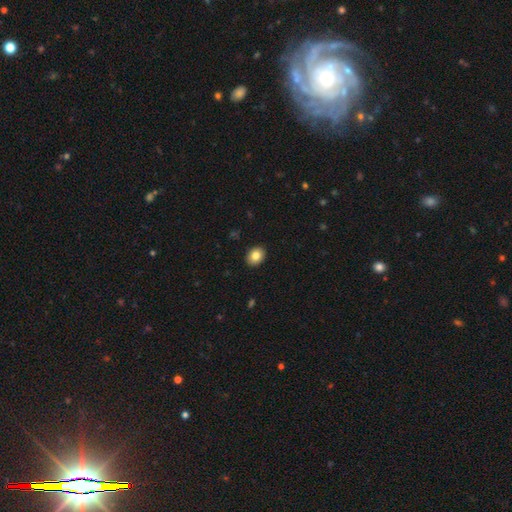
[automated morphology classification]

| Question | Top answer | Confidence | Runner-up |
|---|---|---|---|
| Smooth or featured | smooth | 84% | star or artifact (9%) |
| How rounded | in between | 54% | round (45%) |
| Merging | none | 91% | minor disturbance (6%) |